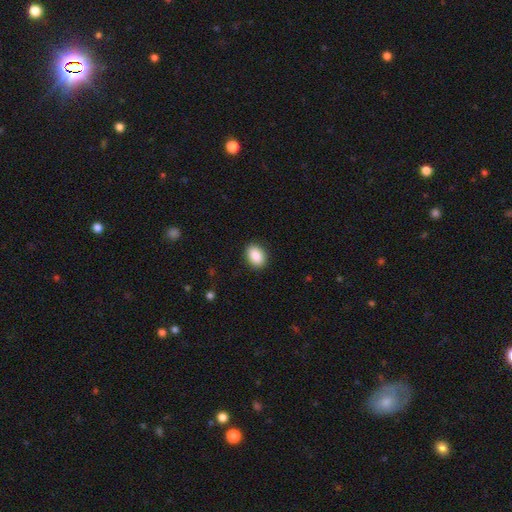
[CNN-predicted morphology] smooth-or-featured: smooth: 90% | star or artifact: 7% | featured or disk: 3%
  how-rounded: in between: 78% | round: 20% | cigar-shaped: 1%
  merging: none: 89% | minor disturbance: 7% | major disturbance: 2% | merger: 1%